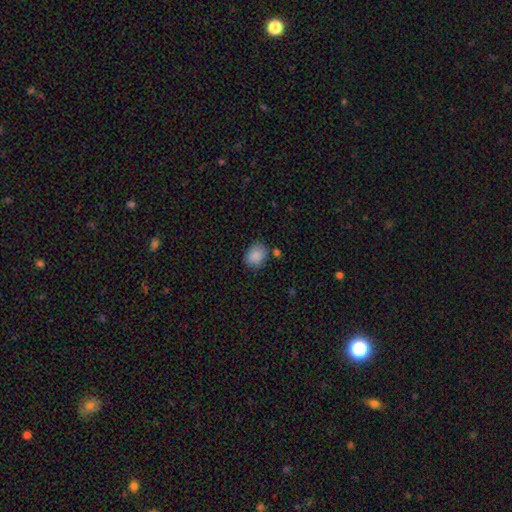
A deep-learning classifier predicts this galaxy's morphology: Smooth or featured? smooth (88%)
How rounded? in between (51%)
Merging? none (73%)